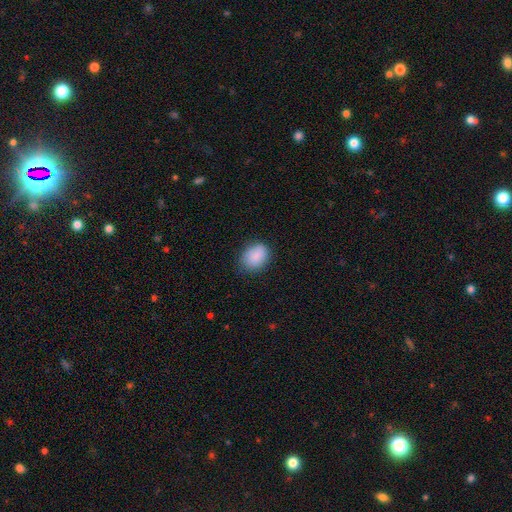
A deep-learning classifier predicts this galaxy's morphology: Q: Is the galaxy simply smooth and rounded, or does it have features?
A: smooth — 88%.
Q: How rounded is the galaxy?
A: in between — 67%.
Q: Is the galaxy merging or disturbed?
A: none — 78%.